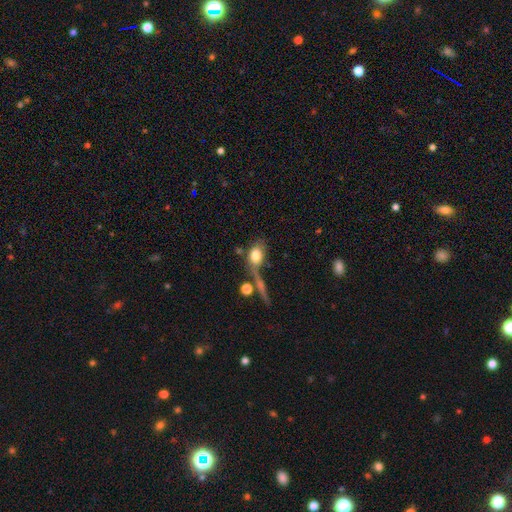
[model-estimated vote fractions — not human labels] Smooth or featured: smooth — 74% (featured or disk — 17%)
How rounded: in between — 69% (round — 26%)
Merging: none — 44% (merger — 26%)